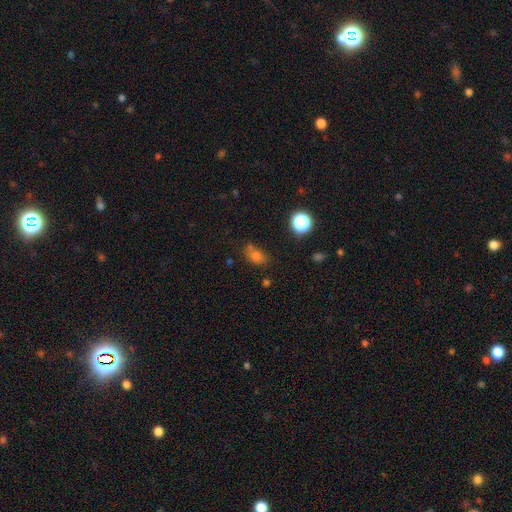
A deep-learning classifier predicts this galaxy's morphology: Smooth or featured?
  - smooth: 72% *
  - star or artifact: 18%
  - featured or disk: 10%
How rounded?
  - in between: 70% *
  - round: 27%
  - cigar-shaped: 3%
Merging?
  - none: 58% *
  - minor disturbance: 24%
  - merger: 11%
  - major disturbance: 8%